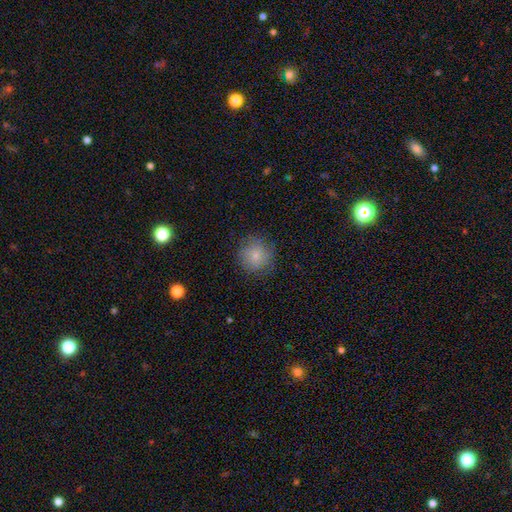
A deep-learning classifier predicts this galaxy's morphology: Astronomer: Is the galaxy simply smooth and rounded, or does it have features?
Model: smooth — 79%.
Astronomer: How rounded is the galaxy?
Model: round — 93%.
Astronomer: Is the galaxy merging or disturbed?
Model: none — 80%.